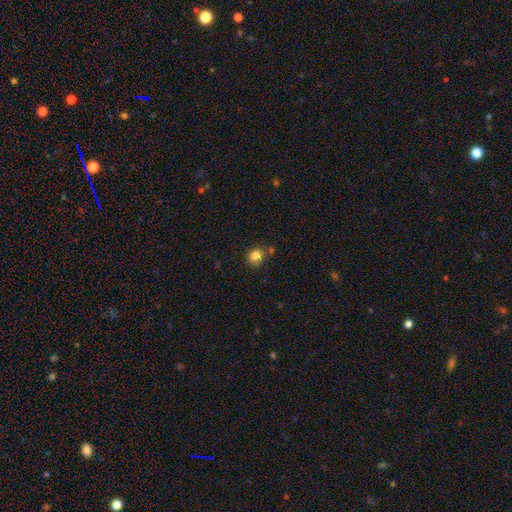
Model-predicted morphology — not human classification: This is clearly a smooth galaxy (84%). How rounded: clearly round (84%). Merging: likely none (75%).